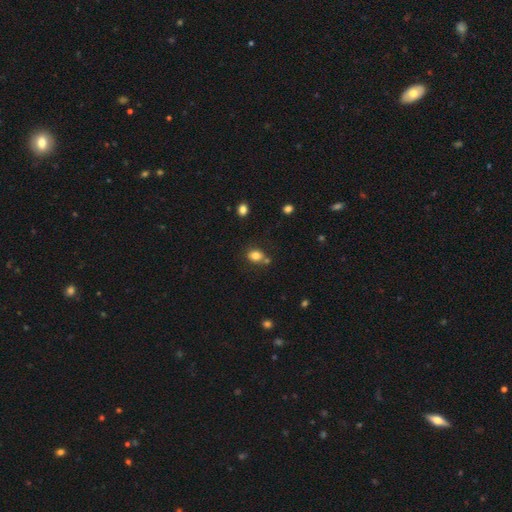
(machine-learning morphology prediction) This is clearly a smooth galaxy (80%). How rounded: possibly in between (56%). Merging: likely none (62%).